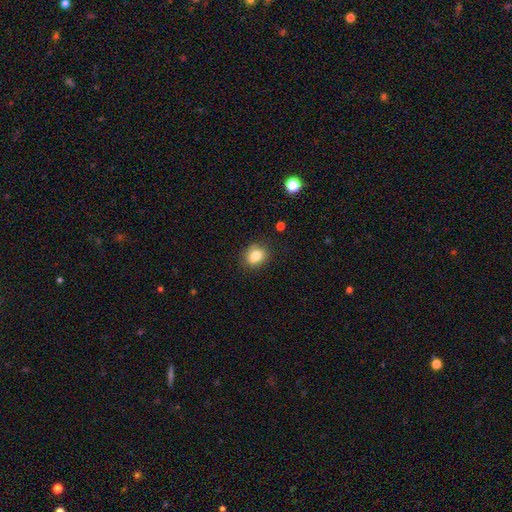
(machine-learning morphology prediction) Overall: smooth (79%). How rounded: round (52%; in between 46%). Merging: none (76%).